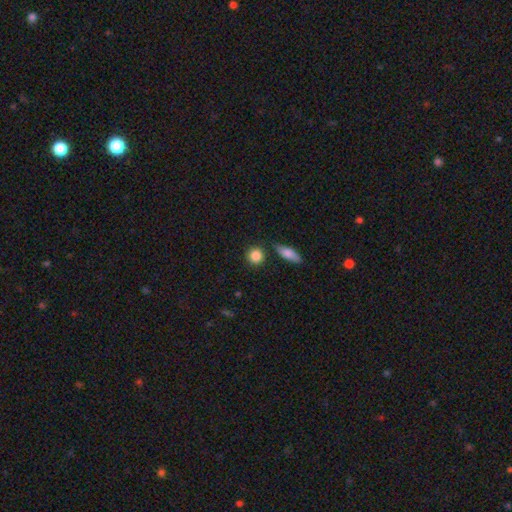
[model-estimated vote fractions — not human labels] Morphology: type=smooth (86%); roundness=round (86%); merging=none (82%).